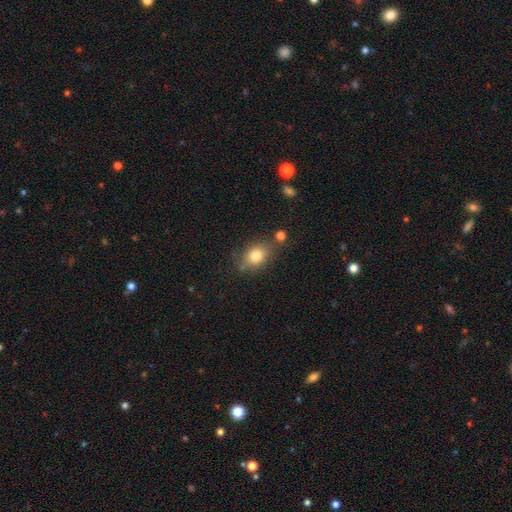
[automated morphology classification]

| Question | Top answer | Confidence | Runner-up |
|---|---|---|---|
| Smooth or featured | smooth | 80% | star or artifact (10%) |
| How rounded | in between | 64% | round (35%) |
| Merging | none | 68% | minor disturbance (17%) |